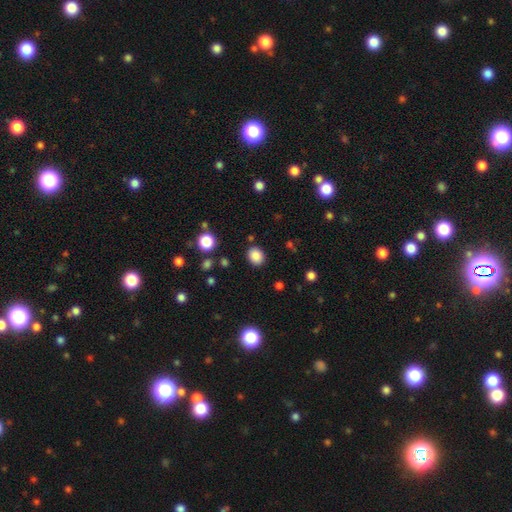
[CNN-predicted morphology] smooth-or-featured: smooth: 85% | star or artifact: 11% | featured or disk: 4%
  how-rounded: round: 63% | in between: 36% | cigar-shaped: 1%
  merging: none: 86% | minor disturbance: 9% | major disturbance: 3% | merger: 2%